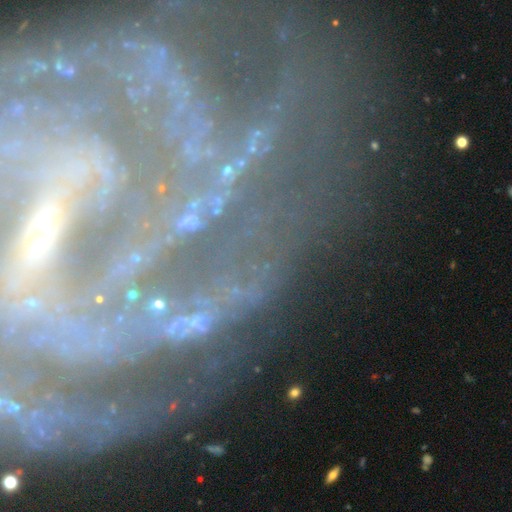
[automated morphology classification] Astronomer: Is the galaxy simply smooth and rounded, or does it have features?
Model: featured or disk — 79%.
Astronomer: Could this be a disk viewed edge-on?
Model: no — 94%.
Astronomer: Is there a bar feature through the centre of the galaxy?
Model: strong — 47% (runner-up: weak, 28%).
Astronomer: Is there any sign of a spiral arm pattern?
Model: yes — 91%.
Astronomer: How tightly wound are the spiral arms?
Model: tight — 65%.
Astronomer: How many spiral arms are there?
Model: can't tell — 28% (runner-up: 2, 20%).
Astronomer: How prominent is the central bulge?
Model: small — 60%.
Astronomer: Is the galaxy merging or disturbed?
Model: none — 68%.